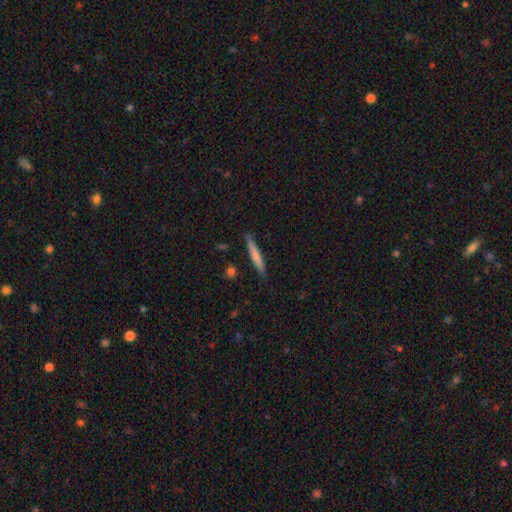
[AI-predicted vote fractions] The model was most divided on "smooth or featured": smooth: 68%, featured or disk: 27%, star or artifact: 6%. More confident: how rounded — cigar-shaped (95%); merging — none (87%).